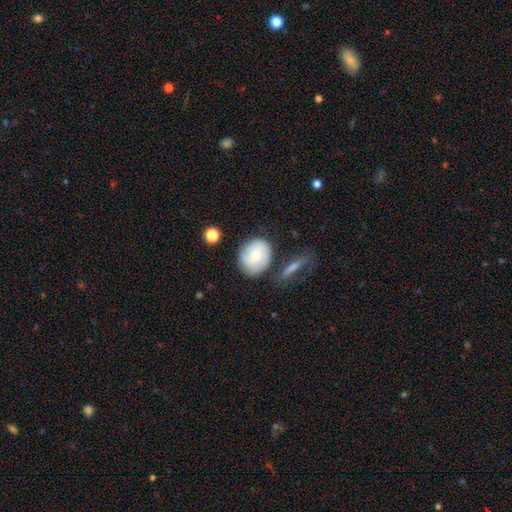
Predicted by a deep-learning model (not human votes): smooth-or-featured: smooth: 60% | featured or disk: 33% | star or artifact: 7%
  how-rounded: round: 63% | in between: 36% | cigar-shaped: 1%
  merging: none: 72% | minor disturbance: 16% | merger: 7% | major disturbance: 5%